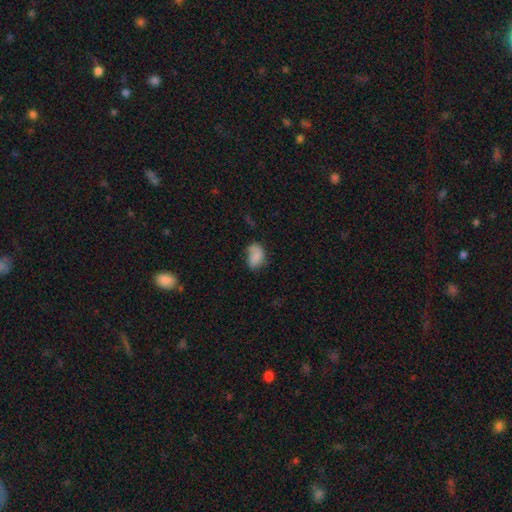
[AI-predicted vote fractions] Smooth or featured: smooth — 75% (featured or disk — 15%)
How rounded: in between — 84% (round — 14%)
Merging: none — 48% (minor disturbance — 33%)